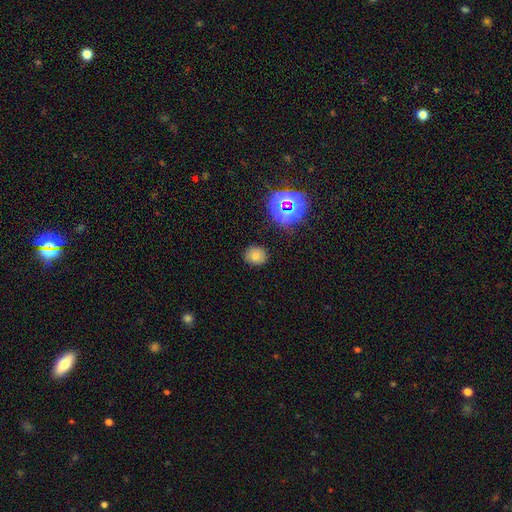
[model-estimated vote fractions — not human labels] Smooth or featured: smooth — 70% (star or artifact — 20%)
How rounded: round — 73% (in between — 26%)
Merging: none — 86% (minor disturbance — 10%)